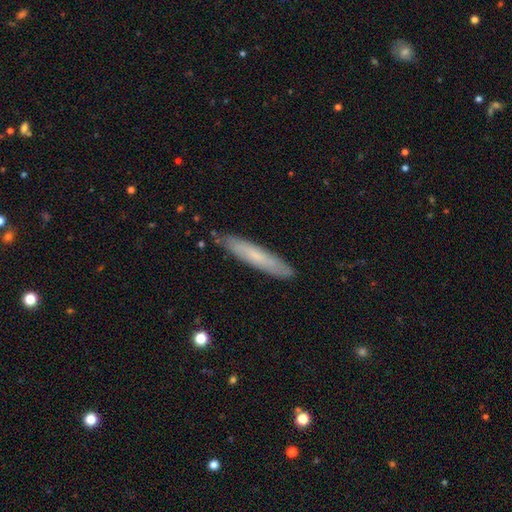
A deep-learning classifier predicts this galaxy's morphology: Q: Smooth or featured?
A: smooth (61%); runner-up: featured or disk (32%)
Q: How rounded?
A: cigar-shaped (91%); runner-up: in between (8%)
Q: Merging?
A: none (86%); runner-up: minor disturbance (11%)